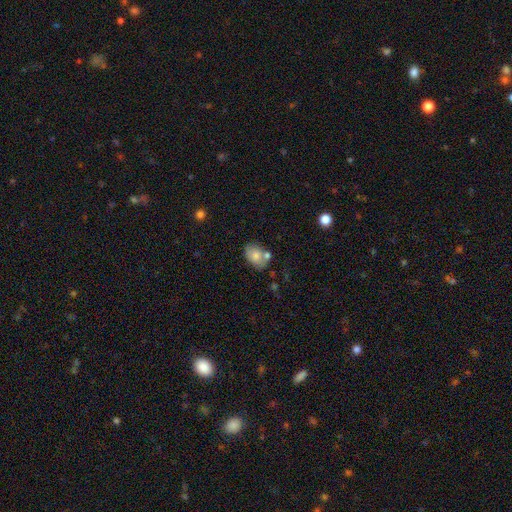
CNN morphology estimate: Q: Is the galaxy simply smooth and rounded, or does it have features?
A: smooth — 77%.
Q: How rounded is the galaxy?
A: in between — 82%.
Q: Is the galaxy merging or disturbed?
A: none — 60%.